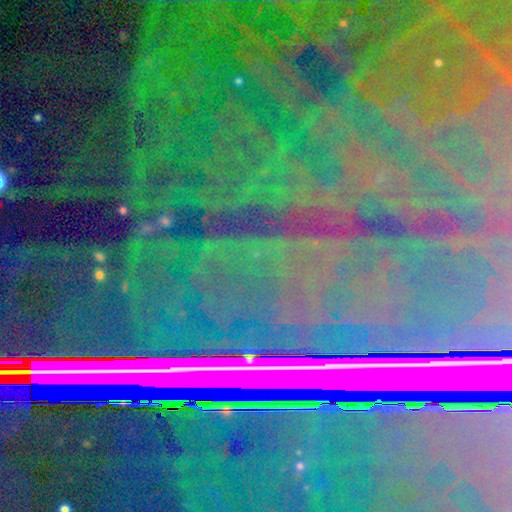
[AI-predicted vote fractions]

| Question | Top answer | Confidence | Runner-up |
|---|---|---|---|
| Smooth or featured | star or artifact | 87% | featured or disk (8%) |